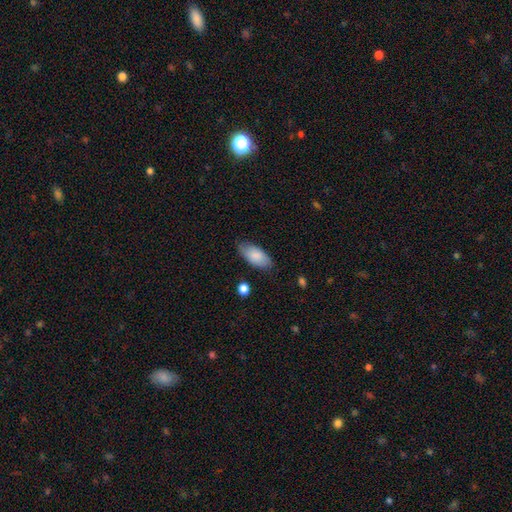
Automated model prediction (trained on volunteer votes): A smooth galaxy with no disk features (84%) that is in between round and cigar-shaped (91%).

Vote fractions:
- Smooth or featured? smooth: 84% / featured or disk: 10% / star or artifact: 6%
- How rounded? in between: 91% / cigar-shaped: 7% / round: 2%
- Merging? none: 80% / minor disturbance: 15% / major disturbance: 3% / merger: 2%